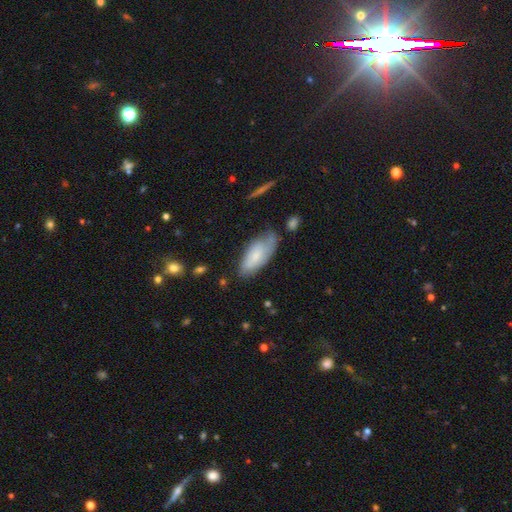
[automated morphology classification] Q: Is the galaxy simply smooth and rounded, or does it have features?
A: smooth — 62%.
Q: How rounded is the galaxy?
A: in between — 84%.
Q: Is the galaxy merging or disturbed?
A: none — 56%.